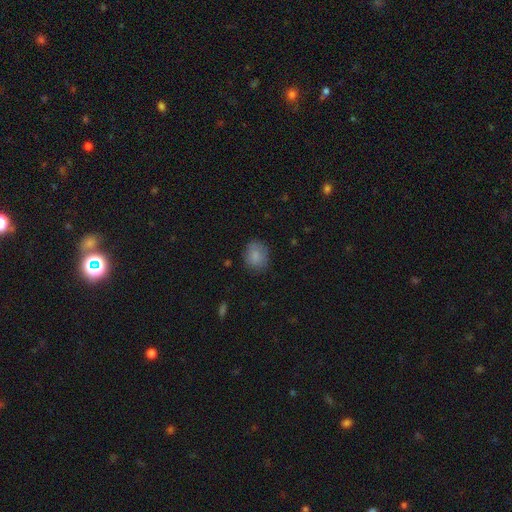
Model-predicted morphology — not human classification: The model was most divided on "how rounded": round: 62%, in between: 37%, cigar-shaped: 1%. More confident: smooth or featured — smooth (84%); merging — none (78%).